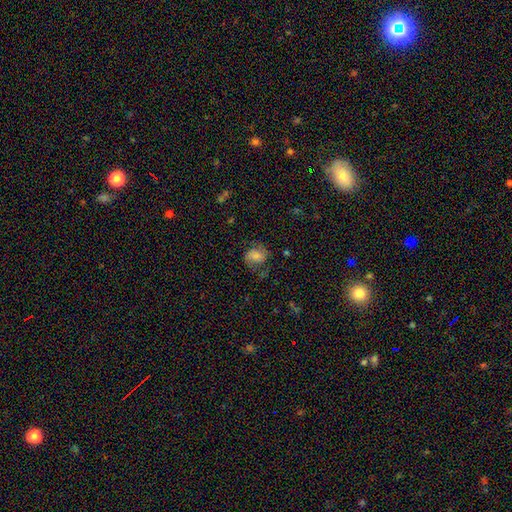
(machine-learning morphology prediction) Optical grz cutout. It shows a smooth galaxy with no disk features (63%) that is in between round and cigar-shaped (50%). Merging: none (60%).